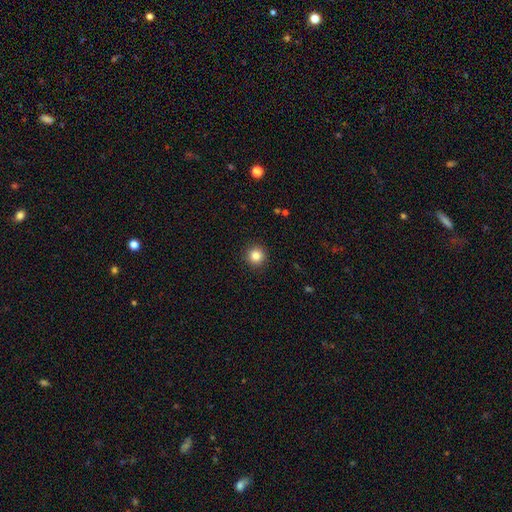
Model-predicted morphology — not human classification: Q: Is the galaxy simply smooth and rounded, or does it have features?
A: smooth — 84%.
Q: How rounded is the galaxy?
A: round — 95%.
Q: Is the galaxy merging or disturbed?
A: none — 92%.